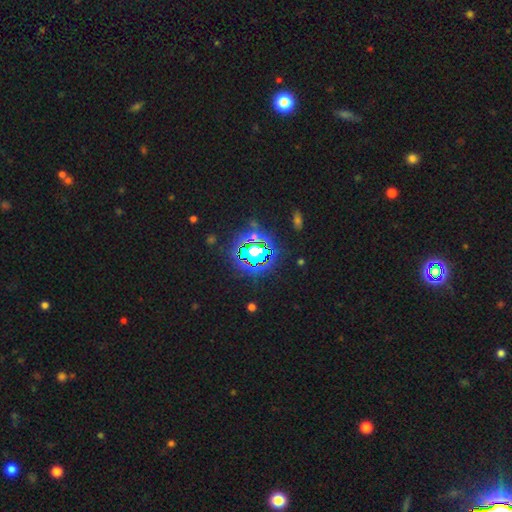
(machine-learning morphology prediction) This is likely a star or artifact rather than a galaxy (66%).